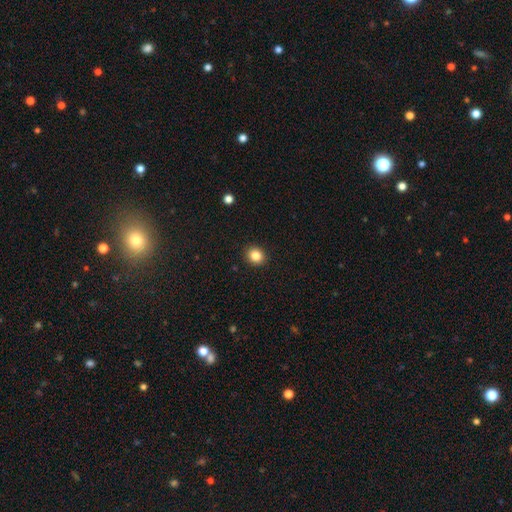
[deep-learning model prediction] smooth-or-featured: smooth: 85% | star or artifact: 10% | featured or disk: 5%
  how-rounded: round: 77% | in between: 22% | cigar-shaped: 1%
  merging: none: 92% | minor disturbance: 6% | major disturbance: 2% | merger: 1%